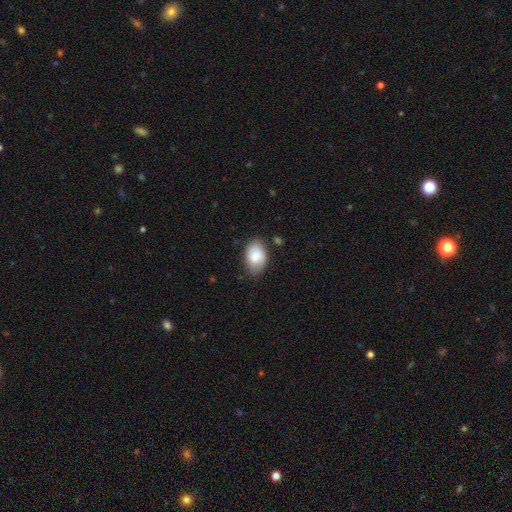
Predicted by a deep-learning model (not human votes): Smooth or featured? Predicted: smooth (p=0.82). How rounded? Predicted: in between (p=0.88). Merging? Predicted: none (p=0.70).